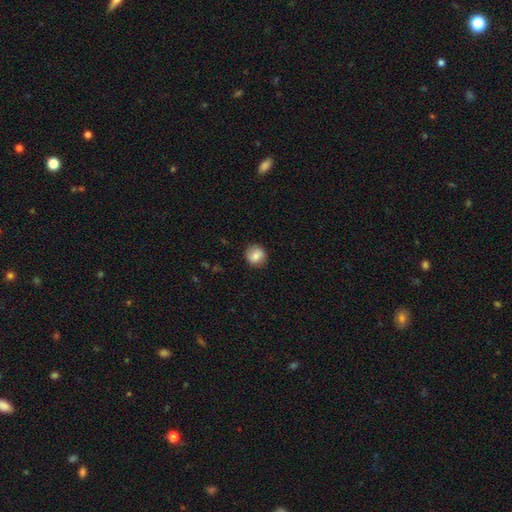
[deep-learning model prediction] A smooth galaxy with no disk features (79%) that is round (89%). Merging: none (86%).